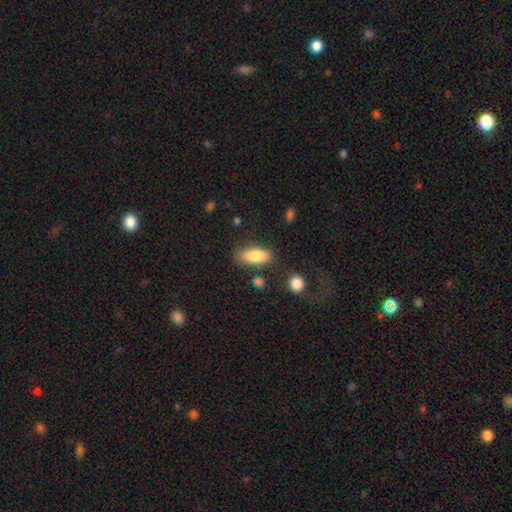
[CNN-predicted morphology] type=smooth (83%); roundness=in between (79%); merging=none (76%).